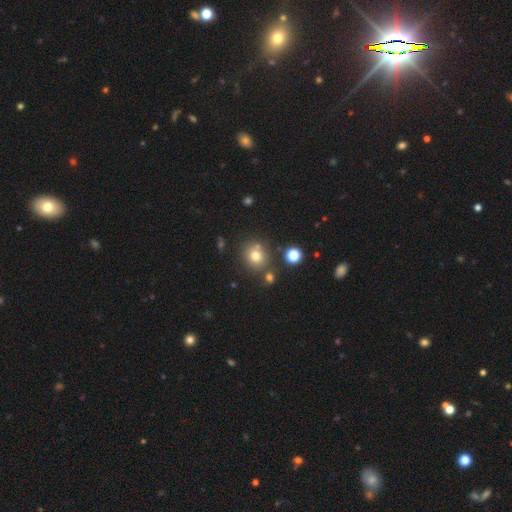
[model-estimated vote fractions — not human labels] smooth-or-featured: smooth: 75% | star or artifact: 15% | featured or disk: 10%
  how-rounded: round: 83% | in between: 16% | cigar-shaped: 1%
  merging: none: 74% | merger: 12% | minor disturbance: 10% | major disturbance: 4%